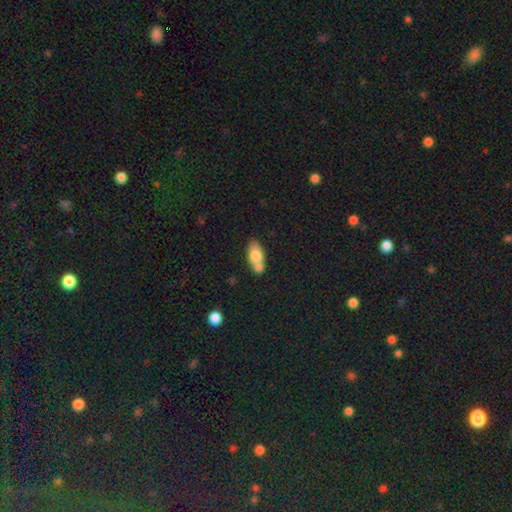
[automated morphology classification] This is likely a smooth galaxy (76%). How rounded: clearly in between (84%). Merging: marginally merger (44%).